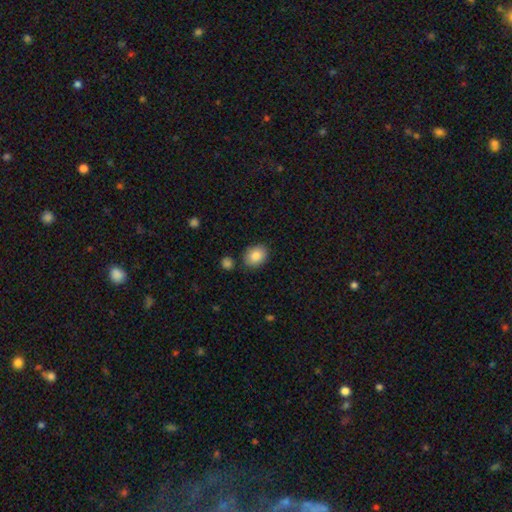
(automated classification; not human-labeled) smooth 86%, star or artifact 8%, featured or disk 6%. Down the decision tree: how rounded — in between (57%); merging — none (82%).